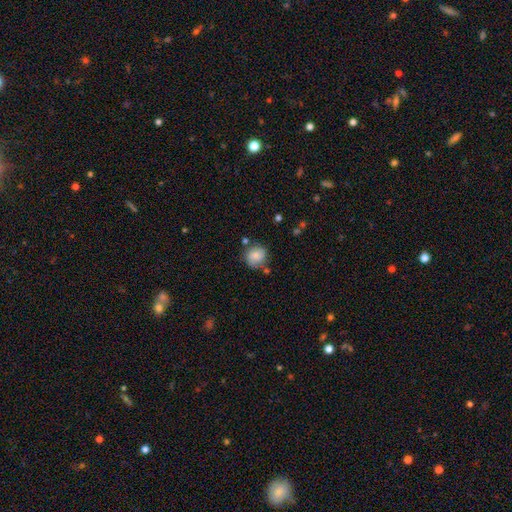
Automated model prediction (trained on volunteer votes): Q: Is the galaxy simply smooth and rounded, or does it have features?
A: smooth — 79%.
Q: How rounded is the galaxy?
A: round — 82%.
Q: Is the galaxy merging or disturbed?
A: none — 73%.